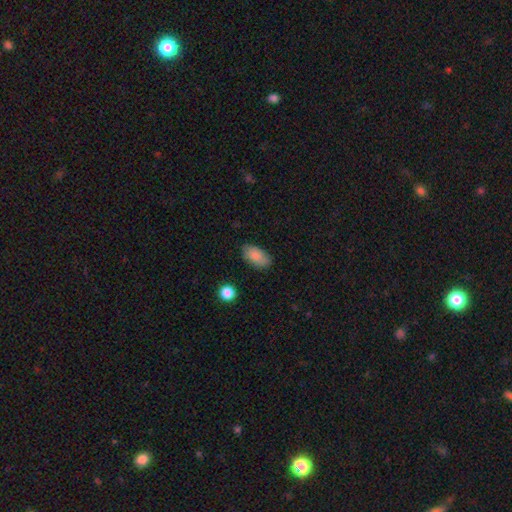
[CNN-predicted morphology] smooth 86%, star or artifact 7%, featured or disk 7%. Down the decision tree: how rounded — in between (93%); merging — none (82%).